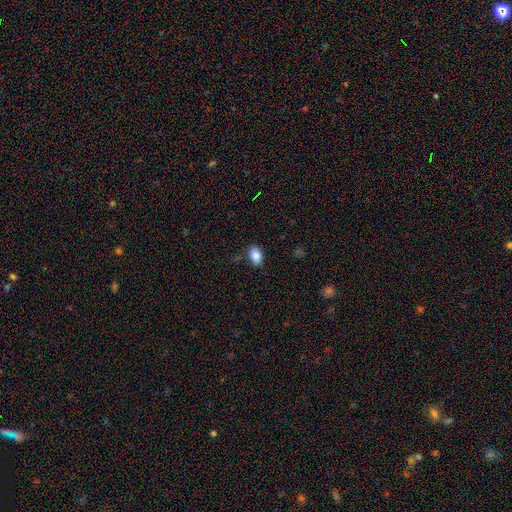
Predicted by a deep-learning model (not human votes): Smooth or featured? smooth (86%)
How rounded? in between (89%)
Merging? none (81%)